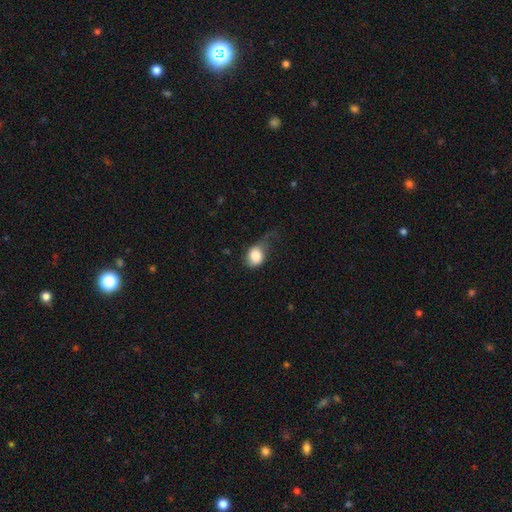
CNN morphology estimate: Smooth or featured?
  - smooth: 80% *
  - featured or disk: 13%
  - star or artifact: 7%
How rounded?
  - round: 57% *
  - in between: 42%
  - cigar-shaped: 1%
Merging?
  - major disturbance: 42% *
  - minor disturbance: 33%
  - none: 22%
  - merger: 3%